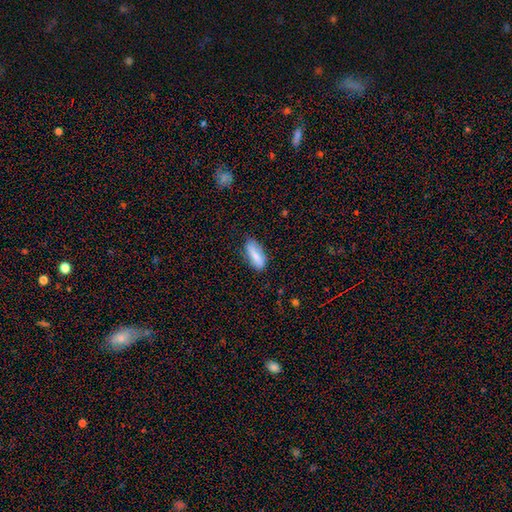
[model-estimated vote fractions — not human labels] This appears to be a smooth galaxy with no disk features (80%) that is in between round and cigar-shaped (75%). Merging: none (77%).